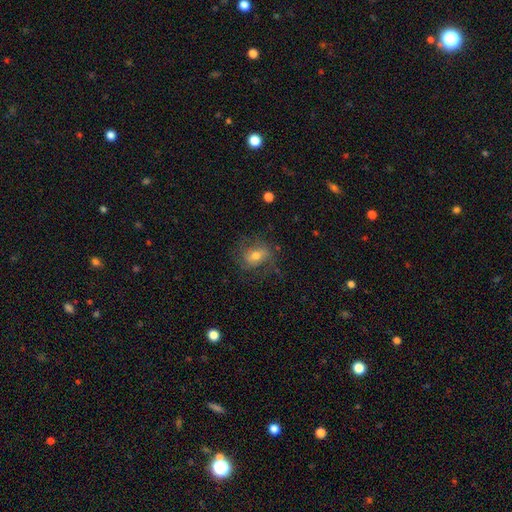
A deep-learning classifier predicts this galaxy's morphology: Overall: featured or disk (46%; smooth 43%). Merging: none (59%; minor disturbance 21%).